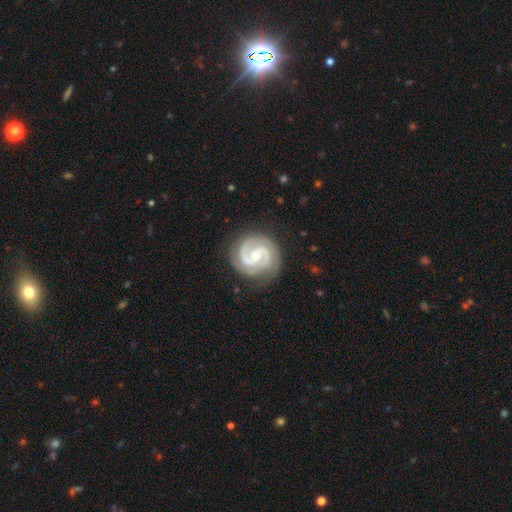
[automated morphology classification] The model was most divided on "bar": weak: 43%, no: 40%, strong: 16%. Remaining: spiral arms — yes (98%); edge-on disk — no (98%); smooth or featured — featured or disk (92%); spiral arm count — 2 (85%); merging — none (83%); bulge size — small (60%); spiral winding — tight (49%).